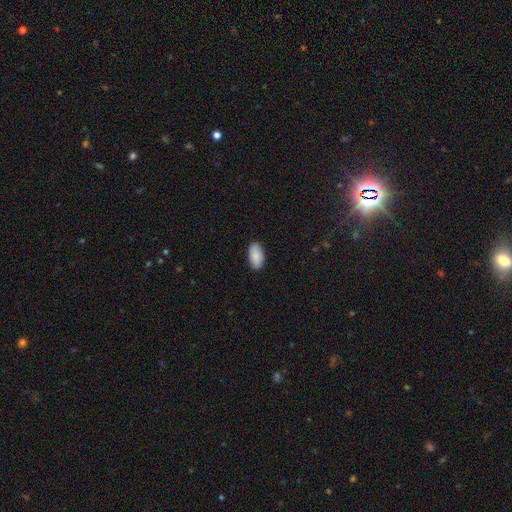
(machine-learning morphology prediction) Smooth or featured? smooth (89%)
How rounded? in between (94%)
Merging? none (89%)